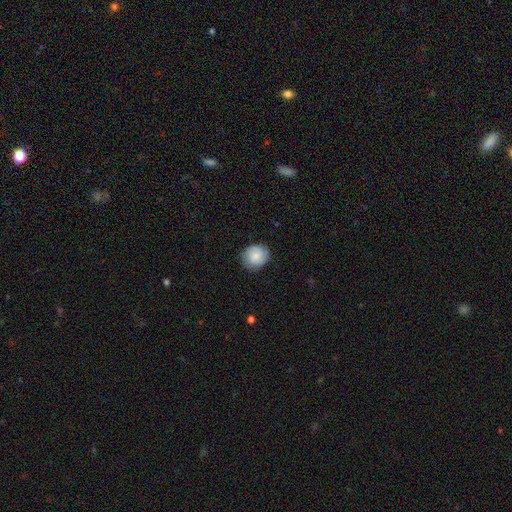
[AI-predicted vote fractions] This appears to be a smooth galaxy with no disk features (63%) that is round (78%). Merging: none (82%).